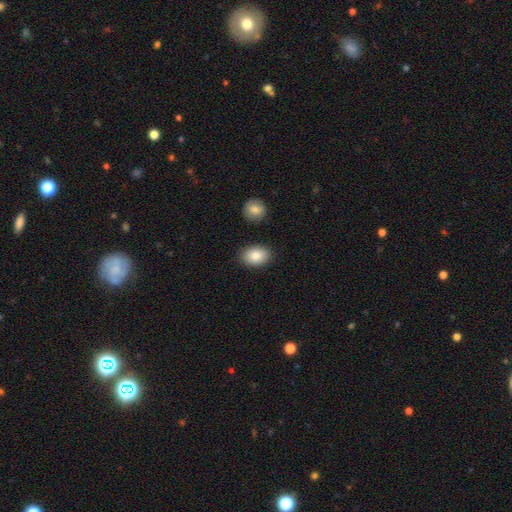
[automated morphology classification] smooth-or-featured: smooth: 86% | star or artifact: 7% | featured or disk: 7%
  how-rounded: in between: 77% | round: 22% | cigar-shaped: 1%
  merging: none: 86% | minor disturbance: 9% | merger: 3% | major disturbance: 2%